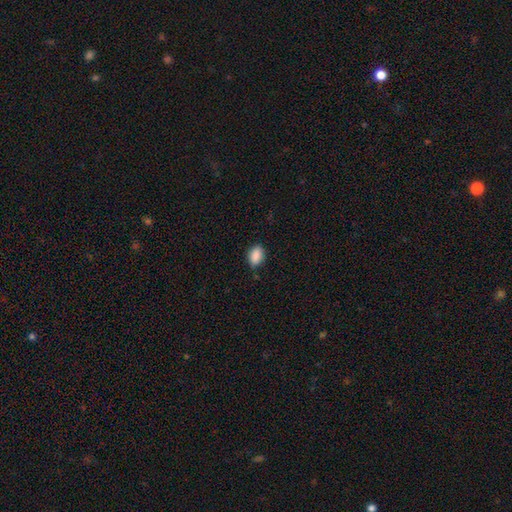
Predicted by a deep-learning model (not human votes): This is clearly a smooth galaxy (89%). How rounded: clearly in between (84%). Merging: likely none (80%).